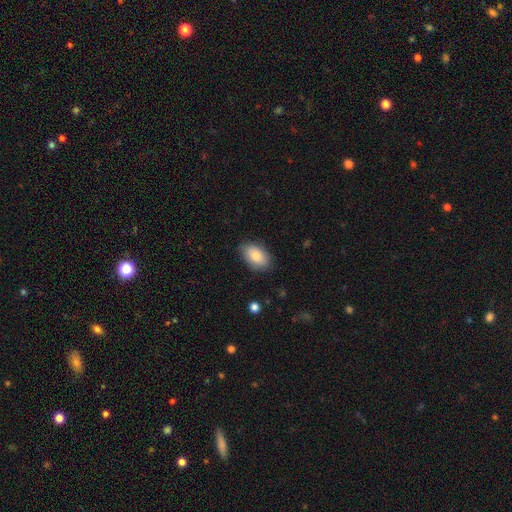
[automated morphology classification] The model was most divided on "merging": none: 84%, minor disturbance: 12%, major disturbance: 3%, merger: 1%. More confident: how rounded — in between (91%); smooth or featured — smooth (84%).